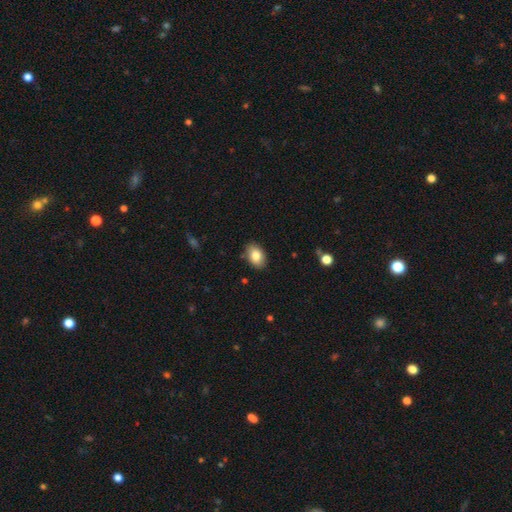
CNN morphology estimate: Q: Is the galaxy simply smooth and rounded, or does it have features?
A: smooth — 83%.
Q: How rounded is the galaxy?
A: in between — 84%.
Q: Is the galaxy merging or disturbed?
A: none — 86%.